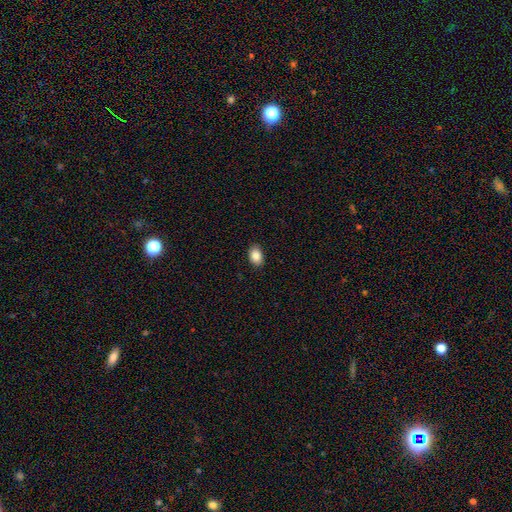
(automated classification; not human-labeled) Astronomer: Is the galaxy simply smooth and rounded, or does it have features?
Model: smooth — 87%.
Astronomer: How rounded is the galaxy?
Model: in between — 84%.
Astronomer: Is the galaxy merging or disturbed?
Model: none — 89%.